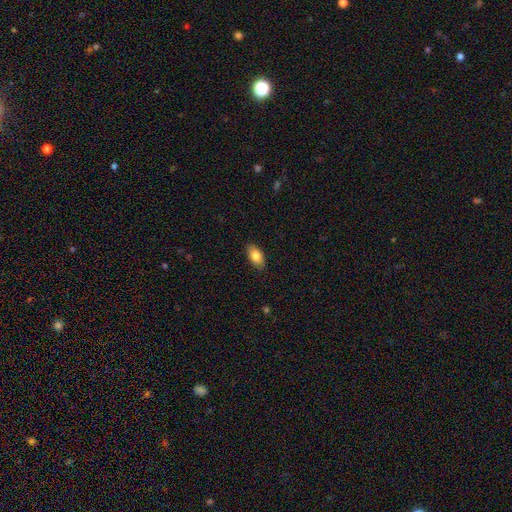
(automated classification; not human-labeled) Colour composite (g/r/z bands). It shows a smooth galaxy with no disk features (81%) that is in between round and cigar-shaped (92%). Merging: none (87%).